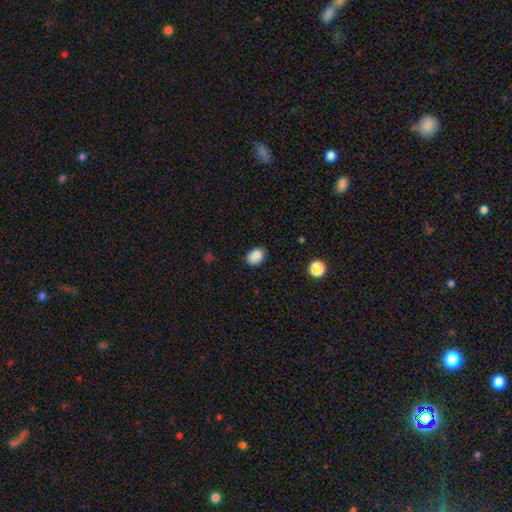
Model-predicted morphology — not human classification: A smooth galaxy with no disk features (87%) that is in between round and cigar-shaped (68%). Merging: none (82%).